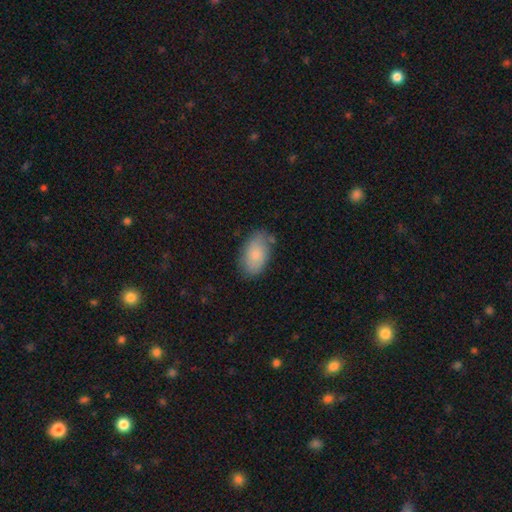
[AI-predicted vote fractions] The model was most divided on "merging": none: 75%, minor disturbance: 18%, major disturbance: 4%, merger: 3%. More confident: how rounded — in between (94%); smooth or featured — smooth (80%).